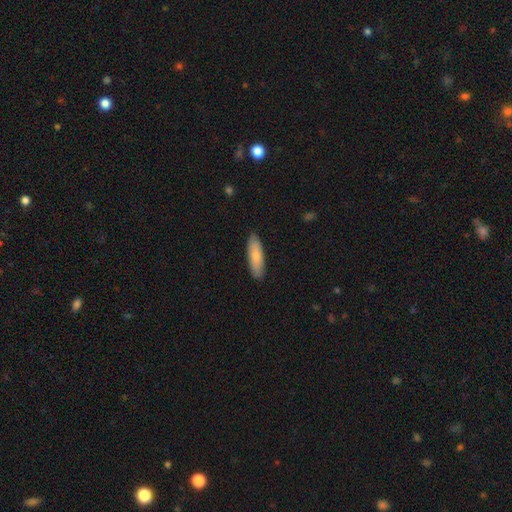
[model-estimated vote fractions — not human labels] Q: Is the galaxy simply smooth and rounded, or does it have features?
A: smooth — 80%.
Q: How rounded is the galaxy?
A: cigar-shaped — 53%.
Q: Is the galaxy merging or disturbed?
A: none — 89%.